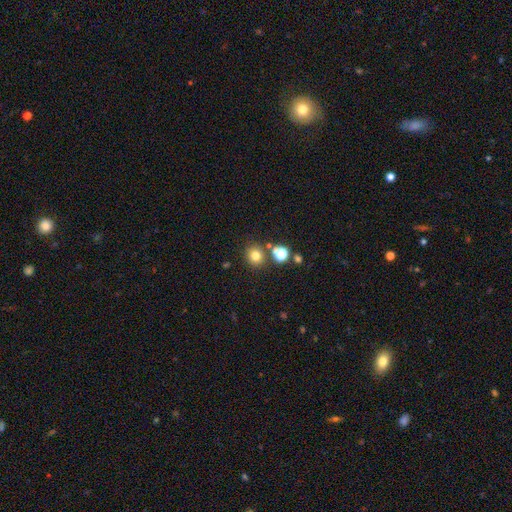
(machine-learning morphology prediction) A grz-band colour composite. It shows a smooth galaxy with no disk features (76%) that is round (87%). Merging: none (79%).